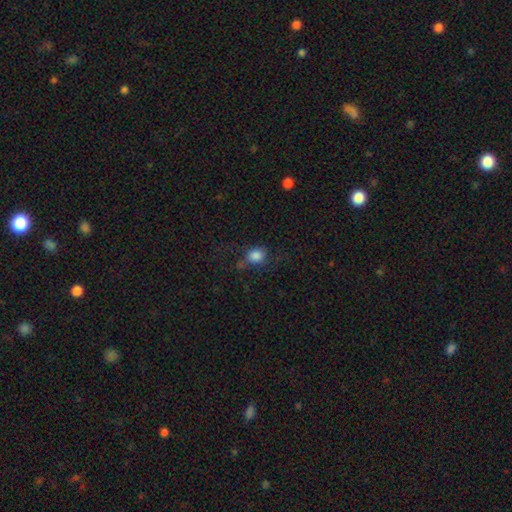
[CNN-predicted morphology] A smooth galaxy with no disk features (82%) that is round (61%).

Vote fractions:
- Smooth or featured? smooth: 82% / star or artifact: 11% / featured or disk: 7%
- How rounded? round: 61% / in between: 37% / cigar-shaped: 2%
- Merging? none: 52% / minor disturbance: 25% / major disturbance: 17% / merger: 6%